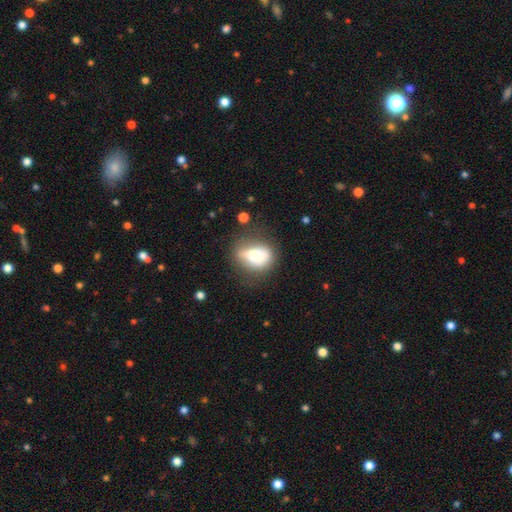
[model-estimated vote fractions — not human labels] smooth-or-featured: smooth: 63% | featured or disk: 28% | star or artifact: 9%
  how-rounded: in between: 59% | round: 38% | cigar-shaped: 3%
  merging: none: 51% | minor disturbance: 27% | major disturbance: 15% | merger: 7%